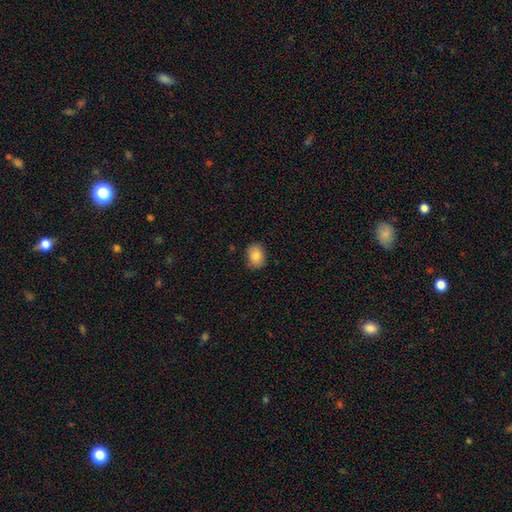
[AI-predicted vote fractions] smooth 84%, star or artifact 8%, featured or disk 8%. Down the decision tree: how rounded — in between (61%); merging — none (83%).